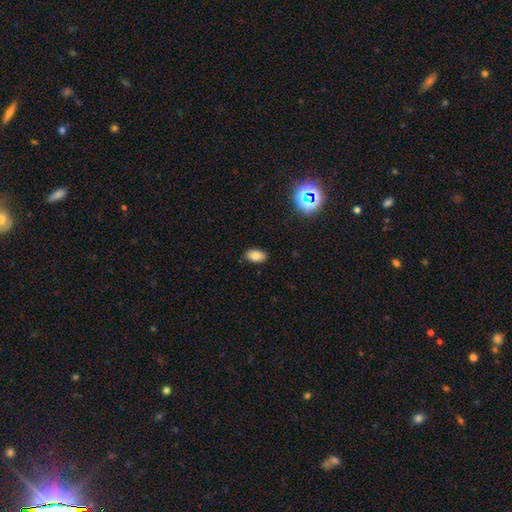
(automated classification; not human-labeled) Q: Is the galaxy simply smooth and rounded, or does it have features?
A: smooth — 84%.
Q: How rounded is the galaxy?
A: in between — 92%.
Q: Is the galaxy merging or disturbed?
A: none — 87%.